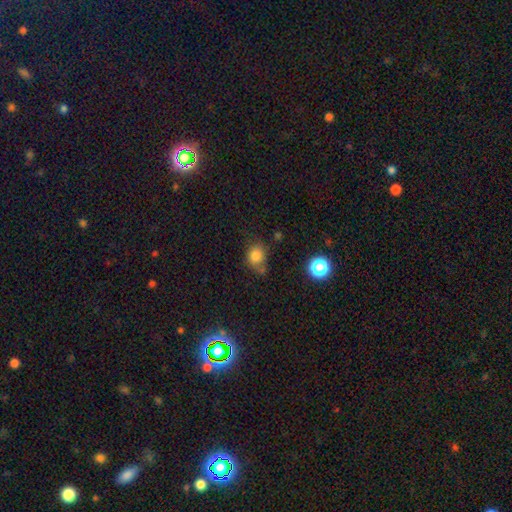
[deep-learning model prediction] A smooth galaxy with no disk features (80%) that is round (67%).

Vote fractions:
- Smooth or featured? smooth: 80% / star or artifact: 12% / featured or disk: 7%
- How rounded? round: 67% / in between: 32% / cigar-shaped: 1%
- Merging? none: 57% / minor disturbance: 24% / merger: 11% / major disturbance: 8%